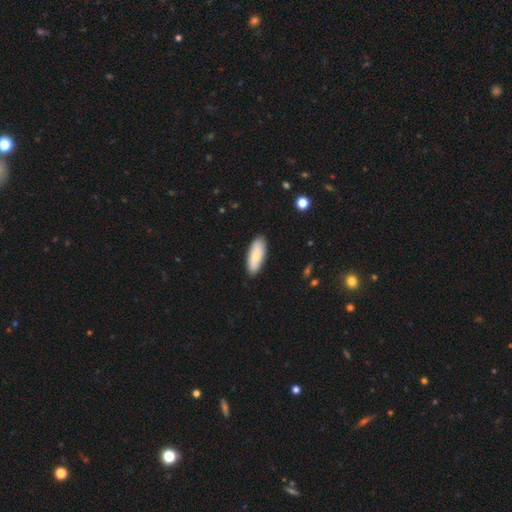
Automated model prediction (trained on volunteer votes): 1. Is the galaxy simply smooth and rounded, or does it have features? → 74% smooth, 20% featured or disk, 6% star or artifact.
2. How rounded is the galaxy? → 73% in between, 25% cigar-shaped, 2% round.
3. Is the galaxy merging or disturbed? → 86% none, 10% minor disturbance, 2% major disturbance, 1% merger.